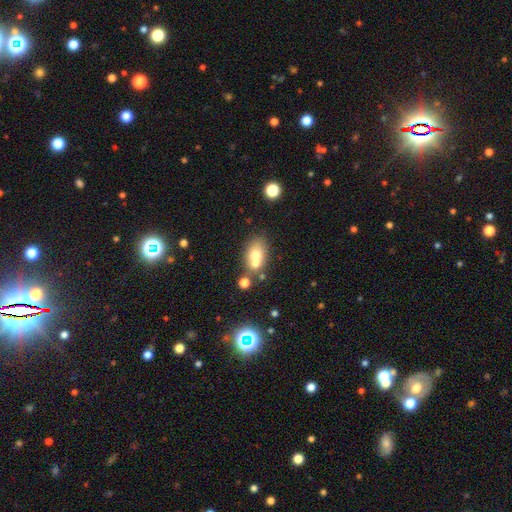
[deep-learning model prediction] Smooth or featured?
  - smooth: 64% *
  - featured or disk: 23%
  - star or artifact: 13%
How rounded?
  - in between: 69% *
  - round: 29%
  - cigar-shaped: 2%
Merging?
  - merger: 44% *
  - none: 42%
  - minor disturbance: 10%
  - major disturbance: 5%